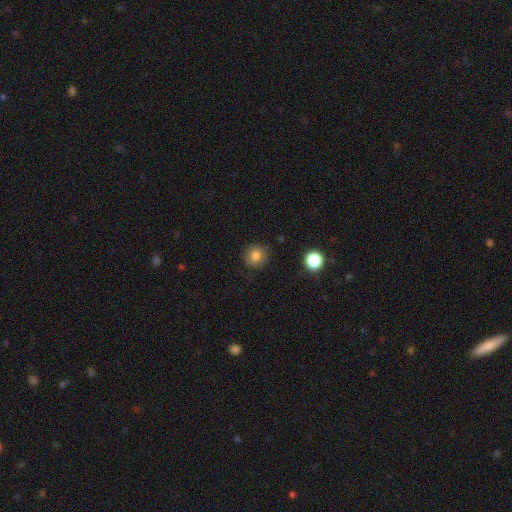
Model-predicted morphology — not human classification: Smooth or featured?
  - smooth: 80% *
  - star or artifact: 11%
  - featured or disk: 8%
How rounded?
  - round: 83% *
  - in between: 16%
  - cigar-shaped: 1%
Merging?
  - none: 84% *
  - minor disturbance: 11%
  - major disturbance: 3%
  - merger: 1%